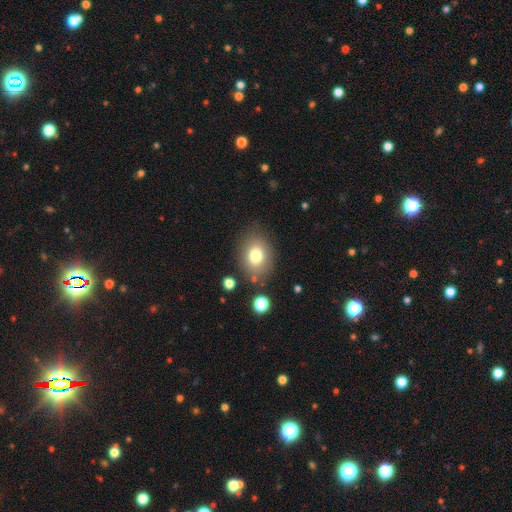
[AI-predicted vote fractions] Smooth or featured? Predicted: smooth (p=0.78). How rounded? Predicted: in between (p=0.58). Merging? Predicted: none (p=0.79).